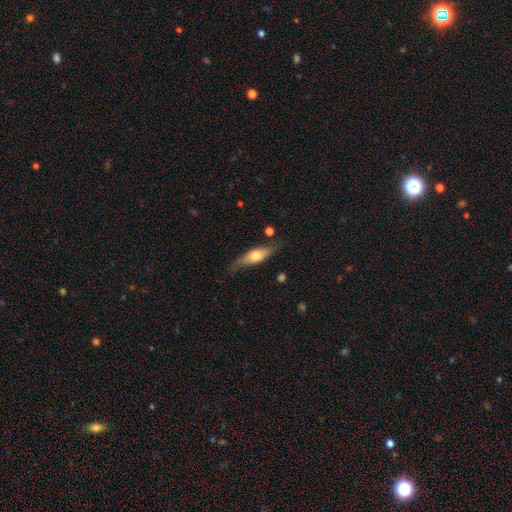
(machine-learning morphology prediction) A smooth galaxy with no disk features (53%) that is cigar-shaped (49%, tied with in between). Merging: none (69%).